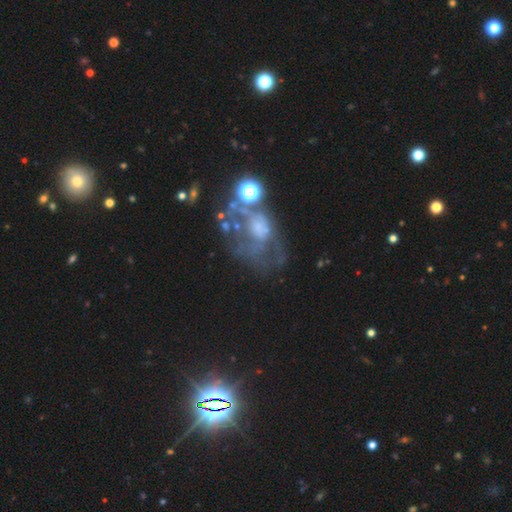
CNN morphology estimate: Smooth or featured? featured or disk (57%)
Edge-on disk? no (95%)
Bar? no (71%)
Spiral arms? yes (54%)
Bulge size? small (37%)
Merging? none (47%)